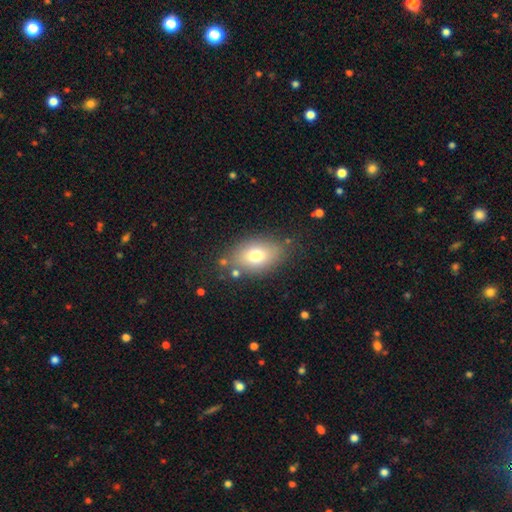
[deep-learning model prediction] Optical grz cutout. It shows a smooth galaxy with no disk features (74%) that is in between round and cigar-shaped (83%). Merging: none (76%).